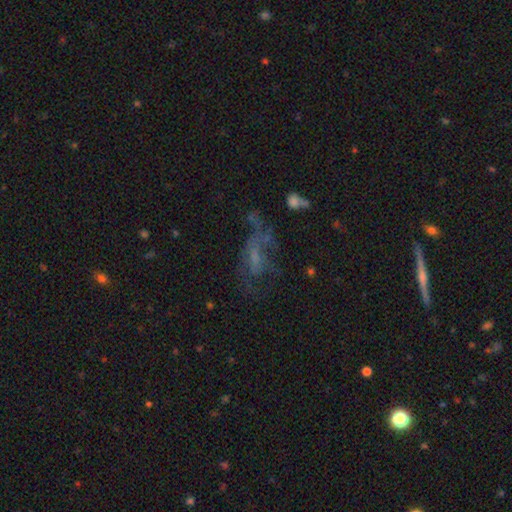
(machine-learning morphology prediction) smooth_or_featured: featured or disk (p=0.46) [alt: smooth p=0.29]
merging: major disturbance (p=0.38) [alt: none p=0.36]